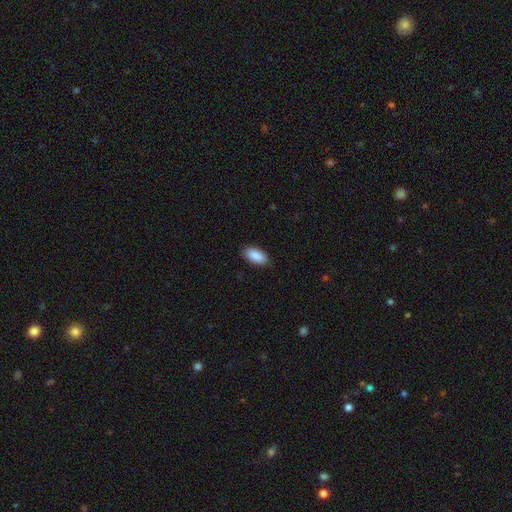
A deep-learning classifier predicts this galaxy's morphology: A smooth galaxy with no disk features (90%) that is in between round and cigar-shaped (93%).

Vote fractions:
- Smooth or featured? smooth: 90% / star or artifact: 6% / featured or disk: 4%
- How rounded? in between: 93% / cigar-shaped: 5% / round: 2%
- Merging? none: 87% / minor disturbance: 10% / major disturbance: 2% / merger: 1%